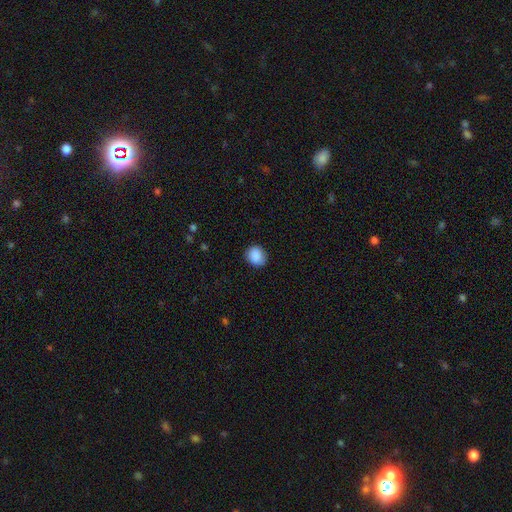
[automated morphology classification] Smooth or featured? Predicted: smooth (p=0.88). How rounded? Predicted: round (p=0.72). Merging? Predicted: none (p=0.84).